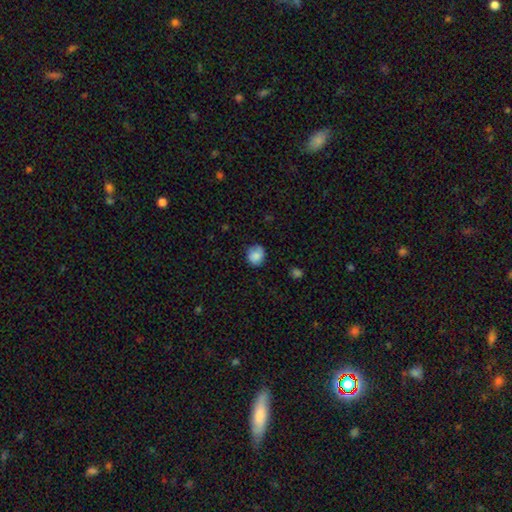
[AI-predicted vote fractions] Smooth or featured? smooth (82%)
How rounded? round (78%)
Merging? none (72%)